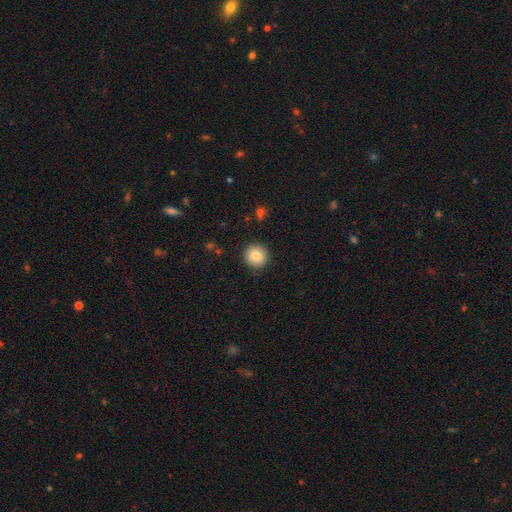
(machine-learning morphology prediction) Smooth or featured: smooth — 84% (star or artifact — 9%)
How rounded: round — 94% (in between — 5%)
Merging: none — 90% (minor disturbance — 7%)